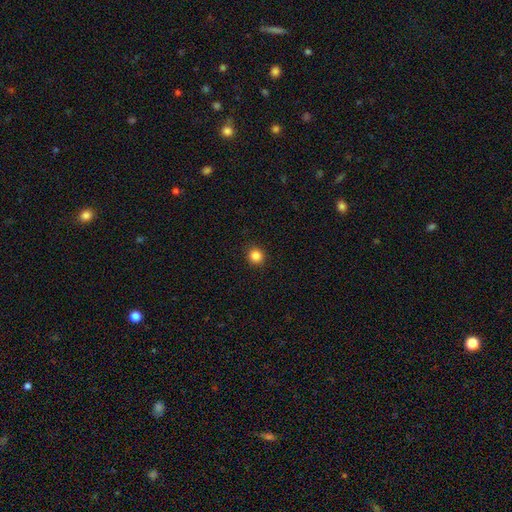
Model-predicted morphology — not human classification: smooth 85%, star or artifact 12%, featured or disk 4%. Down the decision tree: how rounded — round (94%); merging — none (92%).